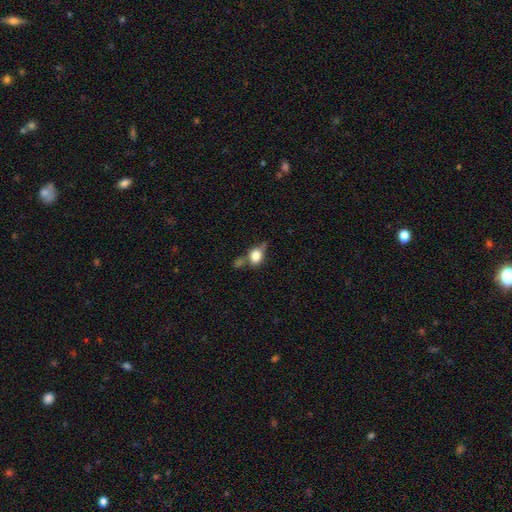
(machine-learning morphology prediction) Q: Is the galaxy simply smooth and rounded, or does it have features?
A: smooth — 75%.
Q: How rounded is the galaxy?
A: in between — 59%.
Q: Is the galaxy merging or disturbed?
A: none — 43%.